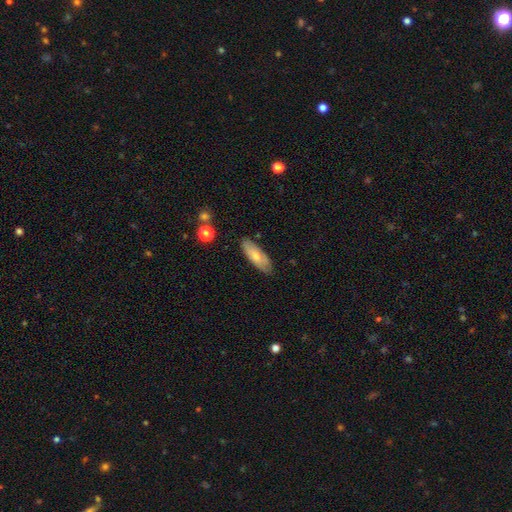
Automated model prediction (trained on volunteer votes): Smooth or featured? smooth (65%)
How rounded? in between (66%)
Merging? none (80%)